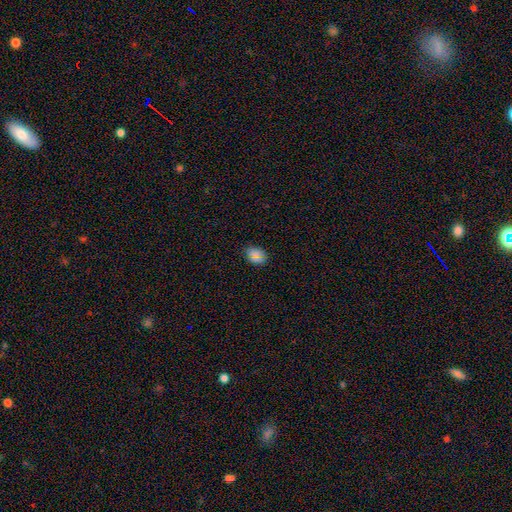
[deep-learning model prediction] smooth 73%, star or artifact 21%, featured or disk 6%. Down the decision tree: how rounded — in between (66%); merging — none (87%).